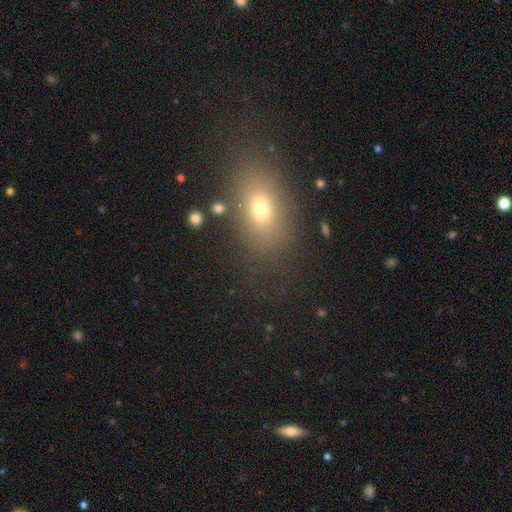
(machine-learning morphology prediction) Overall: smooth (64%). How rounded: in between (78%). Merging: none (83%).